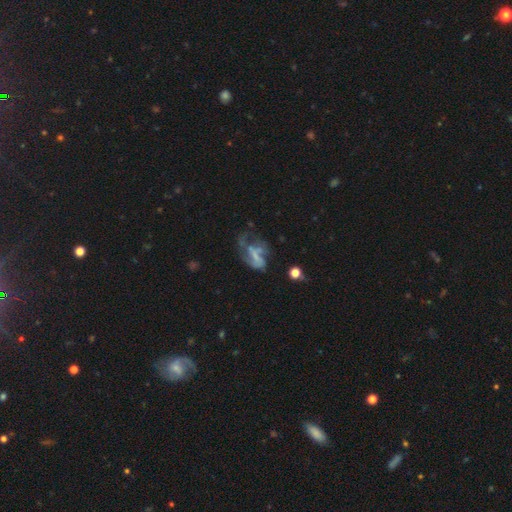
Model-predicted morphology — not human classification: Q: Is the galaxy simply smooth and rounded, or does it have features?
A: featured or disk — 59%.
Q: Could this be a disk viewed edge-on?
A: no — 97%.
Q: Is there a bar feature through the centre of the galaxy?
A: no — 60%.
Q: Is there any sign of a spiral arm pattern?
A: no — 55%.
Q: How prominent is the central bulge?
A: none — 66%.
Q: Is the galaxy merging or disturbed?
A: major disturbance — 47%.